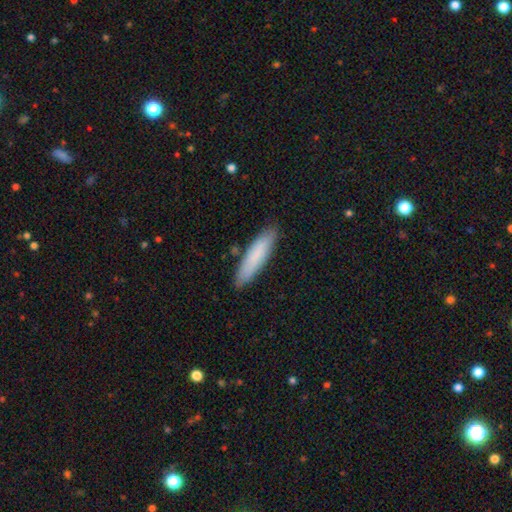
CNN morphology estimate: This is clearly a smooth galaxy (81%). How rounded: likely cigar-shaped (76%). Merging: clearly none (86%).